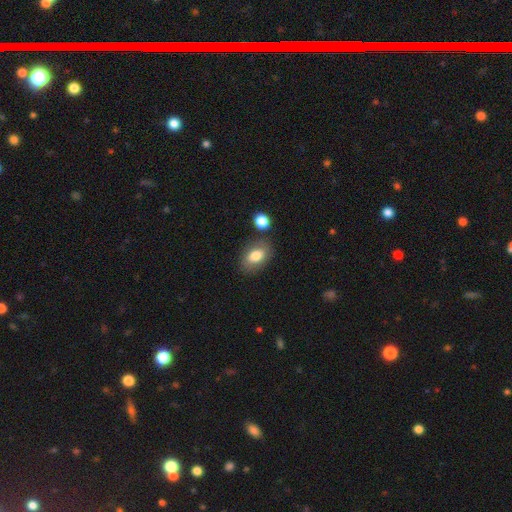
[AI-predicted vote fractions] Smooth or featured?
  - smooth: 79% *
  - featured or disk: 13%
  - star or artifact: 8%
How rounded?
  - in between: 87% *
  - round: 12%
  - cigar-shaped: 2%
Merging?
  - none: 75% *
  - minor disturbance: 13%
  - merger: 7%
  - major disturbance: 4%